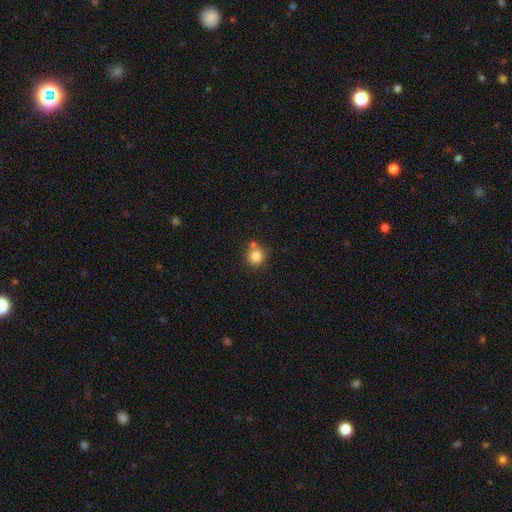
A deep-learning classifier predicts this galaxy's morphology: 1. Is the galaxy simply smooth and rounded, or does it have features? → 84% smooth, 10% star or artifact, 6% featured or disk.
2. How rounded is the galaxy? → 91% round, 8% in between, 1% cigar-shaped.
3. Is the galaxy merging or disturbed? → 64% none, 22% merger, 11% minor disturbance, 3% major disturbance.